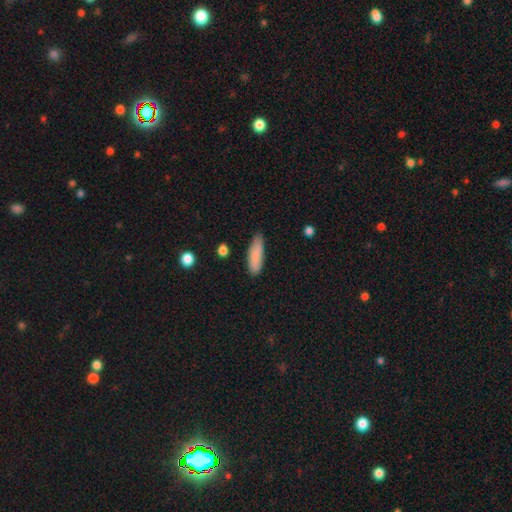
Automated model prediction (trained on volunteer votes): This appears to be a smooth galaxy with no disk features (86%) that is cigar-shaped (56%). Merging: none (82%).